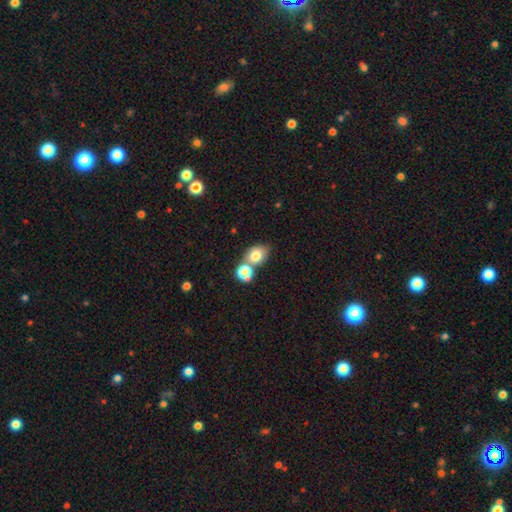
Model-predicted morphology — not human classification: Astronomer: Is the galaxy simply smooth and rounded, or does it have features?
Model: smooth — 77%.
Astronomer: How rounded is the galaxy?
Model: in between — 59% (runner-up: round, 40%).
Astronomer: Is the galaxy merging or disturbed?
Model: none — 49% (runner-up: merger, 35%).